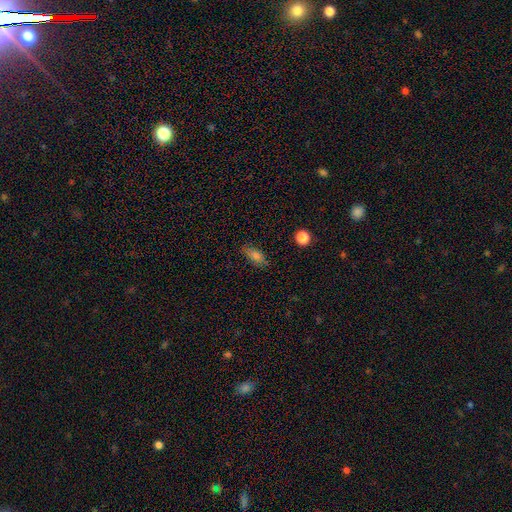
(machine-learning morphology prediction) smooth-or-featured: smooth: 76% | featured or disk: 13% | star or artifact: 10%
  how-rounded: in between: 81% | cigar-shaped: 14% | round: 5%
  merging: none: 78% | minor disturbance: 17% | major disturbance: 3% | merger: 1%